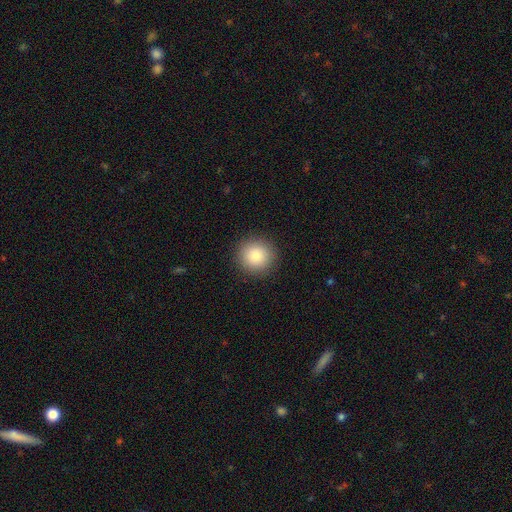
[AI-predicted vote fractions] A smooth galaxy with no disk features (85%) that is round (94%). Merging: none (92%).